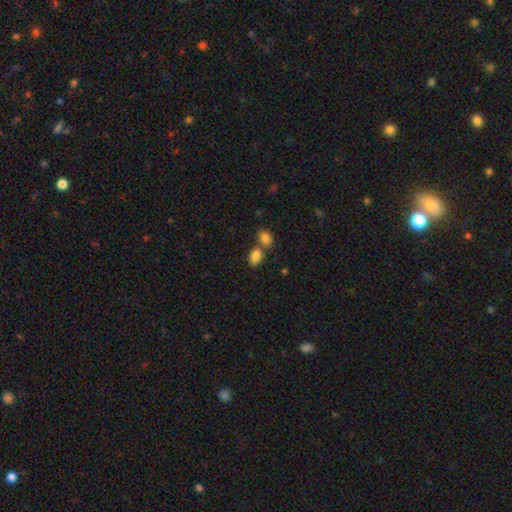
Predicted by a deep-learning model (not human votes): A smooth galaxy with no disk features (85%) that is in between round and cigar-shaped (88%).

Vote fractions:
- Smooth or featured? smooth: 85% / star or artifact: 9% / featured or disk: 6%
- How rounded? in between: 88% / round: 10% / cigar-shaped: 2%
- Merging? none: 47% / merger: 40% / minor disturbance: 10% / major disturbance: 3%